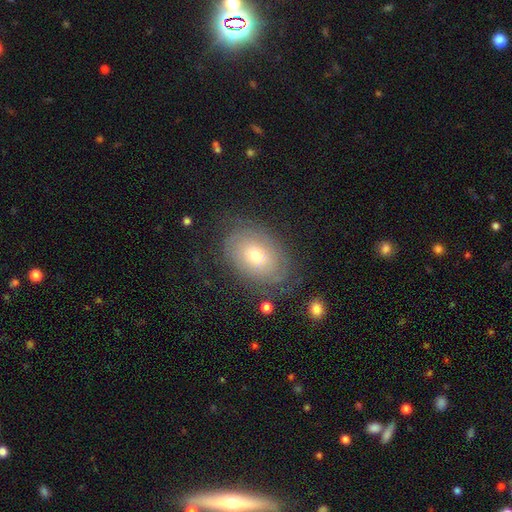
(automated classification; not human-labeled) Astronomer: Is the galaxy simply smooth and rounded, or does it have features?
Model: featured or disk — 60%.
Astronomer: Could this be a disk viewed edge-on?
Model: no — 95%.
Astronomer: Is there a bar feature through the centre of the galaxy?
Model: no — 81%.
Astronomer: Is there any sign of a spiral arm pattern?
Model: yes — 80%.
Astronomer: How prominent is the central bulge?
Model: moderate — 59% (runner-up: small, 35%).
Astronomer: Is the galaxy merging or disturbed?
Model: none — 77%.